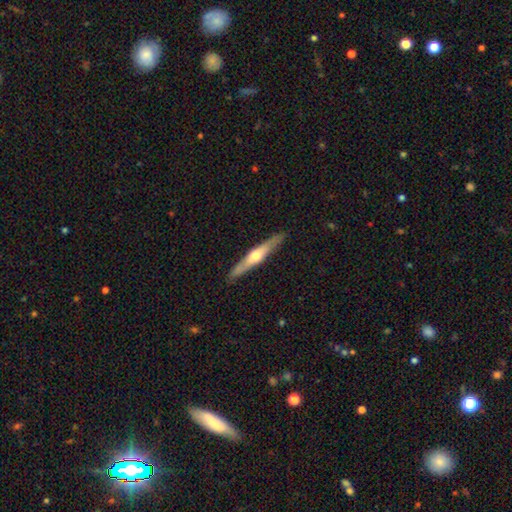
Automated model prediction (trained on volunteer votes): The model was most divided on "smooth or featured": featured or disk: 61%, smooth: 34%, star or artifact: 5%. More confident: edge-on disk — yes (95%); merging — none (89%); edge-on bulge — rounded (88%).